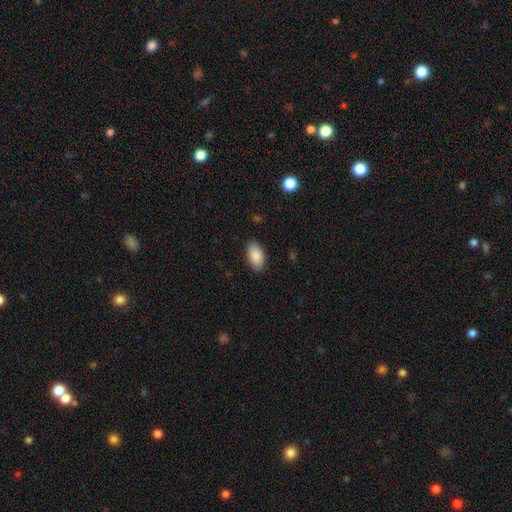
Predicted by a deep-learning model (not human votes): smooth_or_featured: smooth (p=0.89) [alt: star or artifact p=0.06]
how_rounded: in between (p=0.95) [alt: round p=0.04]
merging: none (p=0.87) [alt: minor disturbance p=0.10]